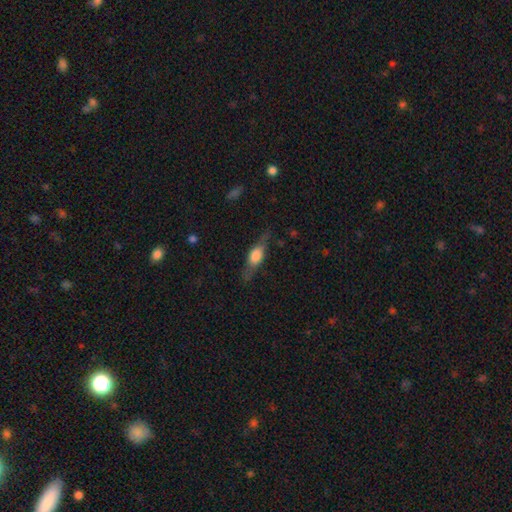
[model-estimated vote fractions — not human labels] Smooth or featured?
  - featured or disk: 47% *
  - smooth: 46%
  - star or artifact: 7%
Merging?
  - none: 72% *
  - minor disturbance: 18%
  - major disturbance: 8%
  - merger: 2%